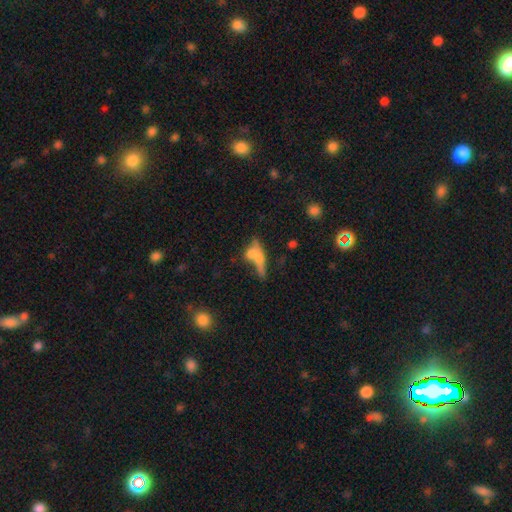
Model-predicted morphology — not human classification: A smooth galaxy with no disk features (55%) that is cigar-shaped (52%). Merging: merger (42%).